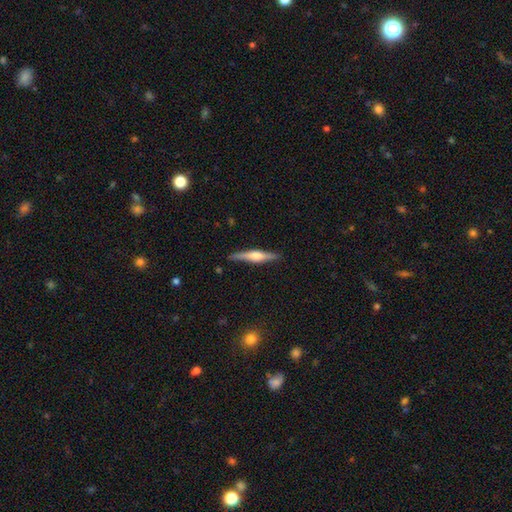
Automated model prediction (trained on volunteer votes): Smooth or featured? featured or disk (67%)
Edge-on disk? yes (97%)
Edge-on bulge? rounded (81%)
Merging? none (89%)